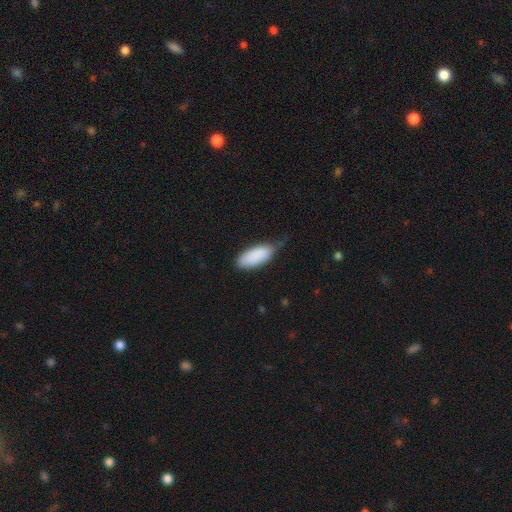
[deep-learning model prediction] A smooth galaxy with no disk features (88%) that is in between round and cigar-shaped (84%).

Vote fractions:
- Smooth or featured? smooth: 88% / featured or disk: 7% / star or artifact: 6%
- How rounded? in between: 84% / cigar-shaped: 14% / round: 2%
- Merging? minor disturbance: 42% / none: 41% / major disturbance: 14% / merger: 3%